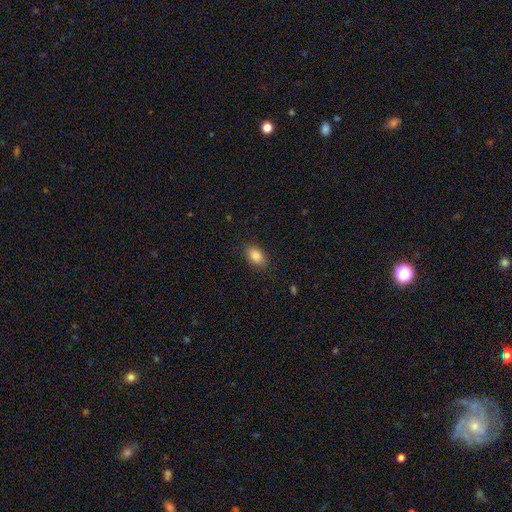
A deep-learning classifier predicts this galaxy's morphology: type=smooth (88%); roundness=in between (87%); merging=none (85%).